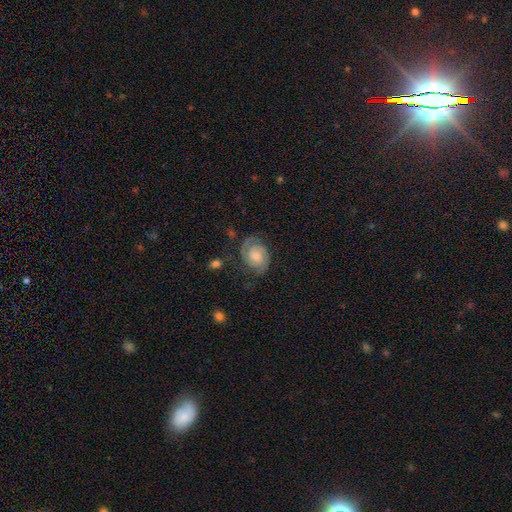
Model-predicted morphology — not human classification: type=featured or disk (67%); edge-on=no (97%); bar=no (66%); spiral arms=yes (92%); winding=tight (53%); arm count=2 (72%); bulge=moderate (37%); merging=none (61%).